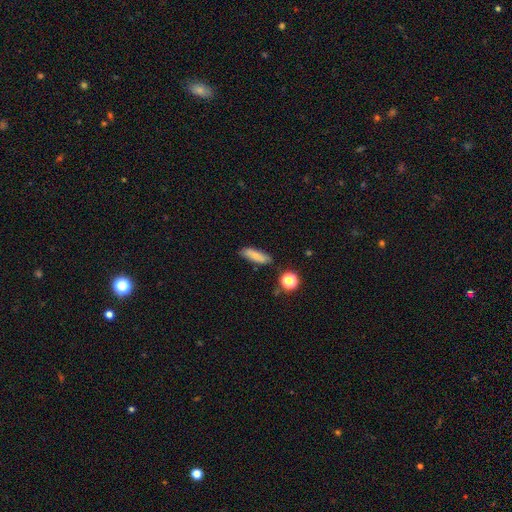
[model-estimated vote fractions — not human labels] This appears to be a smooth galaxy with no disk features (78%) that is cigar-shaped (49%). Merging: none (79%).